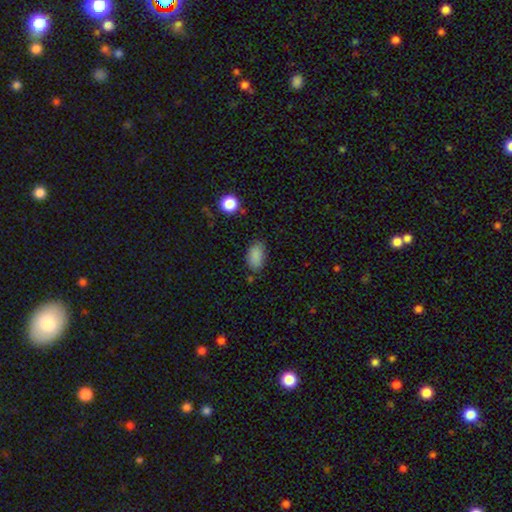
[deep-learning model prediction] smooth 86%, star or artifact 10%, featured or disk 5%. Down the decision tree: how rounded — in between (90%); merging — none (74%).